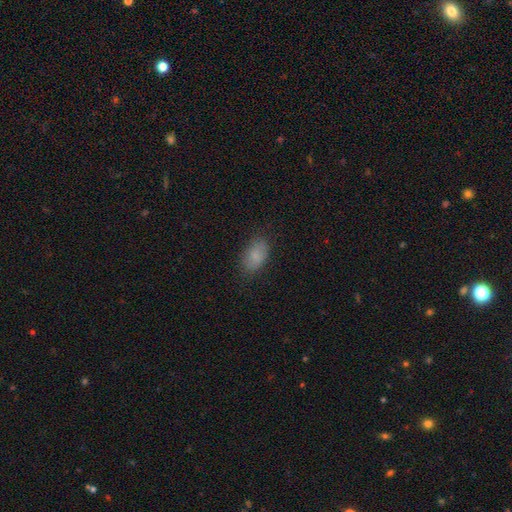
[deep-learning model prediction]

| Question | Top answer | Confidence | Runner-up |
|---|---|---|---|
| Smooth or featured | smooth | 83% | star or artifact (8%) |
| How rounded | in between | 91% | round (7%) |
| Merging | none | 78% | minor disturbance (16%) |